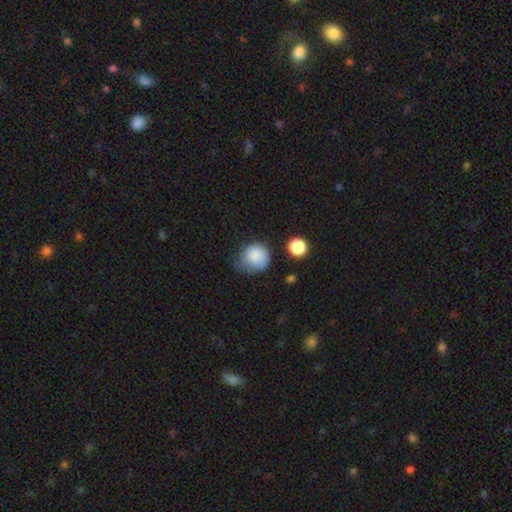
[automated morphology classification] smooth_or_featured: smooth (p=0.84) [alt: star or artifact p=0.09]
how_rounded: round (p=0.84) [alt: in between p=0.15]
merging: none (p=0.42) [alt: minor disturbance p=0.39]